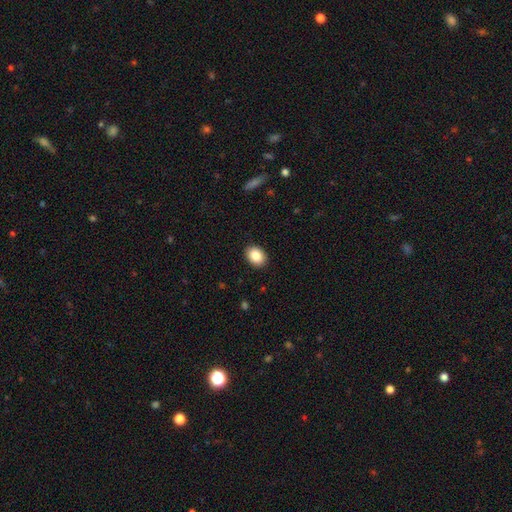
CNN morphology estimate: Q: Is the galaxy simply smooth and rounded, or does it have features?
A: smooth — 87%.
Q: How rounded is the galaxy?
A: in between — 68%.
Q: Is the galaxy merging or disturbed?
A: none — 90%.